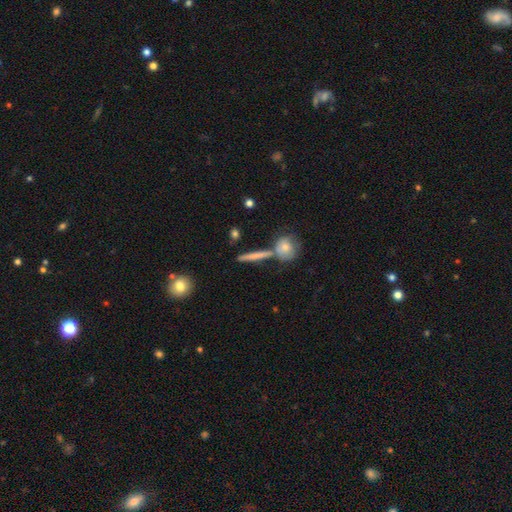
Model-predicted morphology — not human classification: Q: Smooth or featured?
A: smooth (60%); runner-up: featured or disk (32%)
Q: How rounded?
A: cigar-shaped (84%); runner-up: in between (9%)
Q: Merging?
A: none (75%); runner-up: merger (13%)